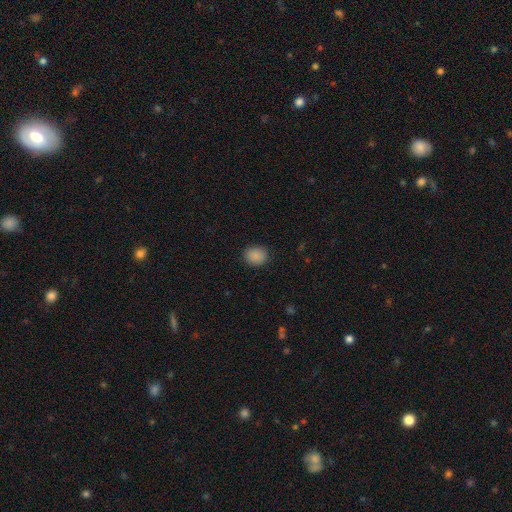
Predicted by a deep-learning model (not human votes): The model was most divided on "how rounded": round: 72%, in between: 27%, cigar-shaped: 1%. More confident: merging — none (89%); smooth or featured — smooth (88%).